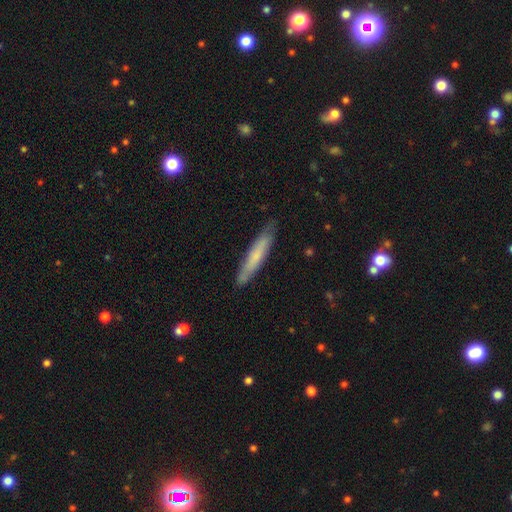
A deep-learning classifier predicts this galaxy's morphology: type=smooth (62%); roundness=cigar-shaped (92%); merging=none (83%).